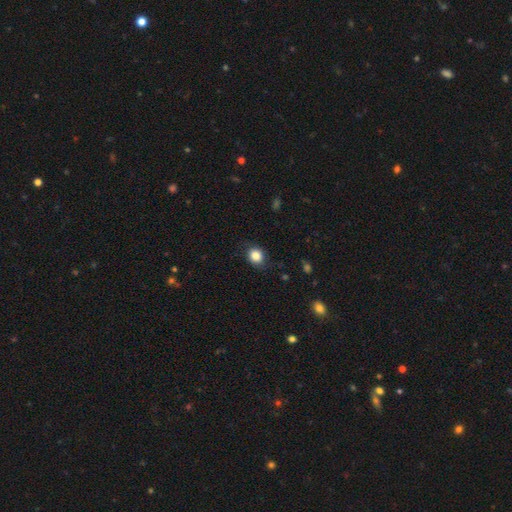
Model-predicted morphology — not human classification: A smooth galaxy with no disk features (84%) that is round (58%). Merging: none (80%).